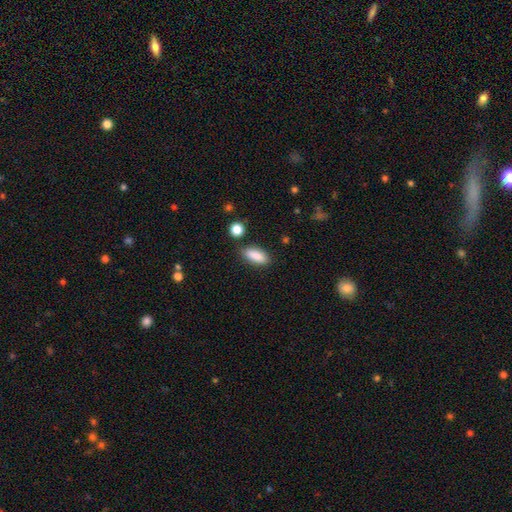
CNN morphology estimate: This appears to be a smooth galaxy with no disk features (88%) that is in between round and cigar-shaped (79%). Merging: none (84%).